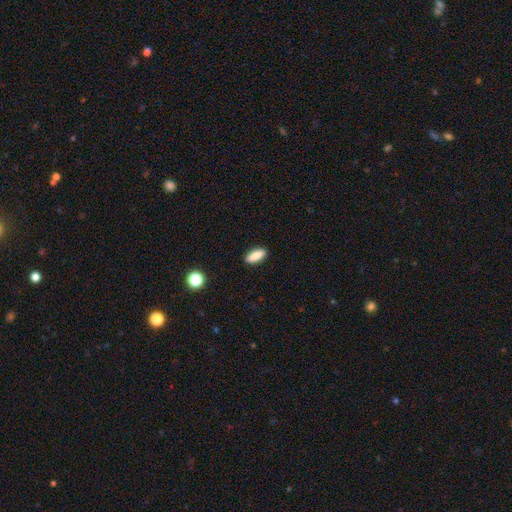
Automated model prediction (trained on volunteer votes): smooth 86%, star or artifact 7%, featured or disk 7%. Down the decision tree: how rounded — in between (74%); merging — none (89%).